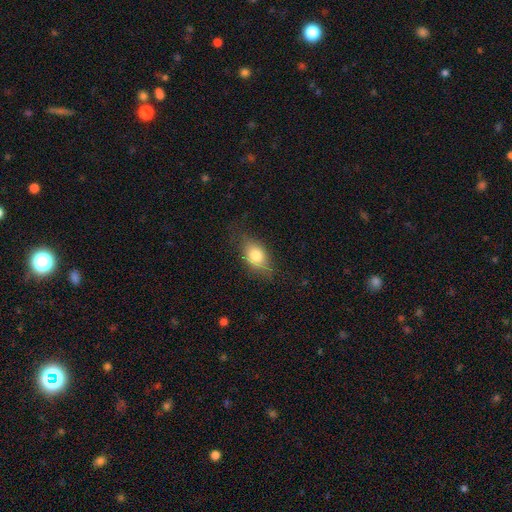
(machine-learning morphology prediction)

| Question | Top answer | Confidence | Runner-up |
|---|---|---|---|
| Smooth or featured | smooth | 75% | featured or disk (16%) |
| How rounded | in between | 80% | round (15%) |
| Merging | none | 70% | minor disturbance (22%) |